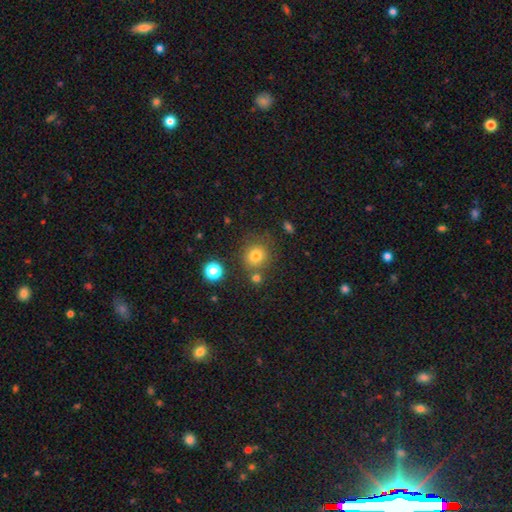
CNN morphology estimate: smooth_or_featured: smooth (p=0.78) [alt: star or artifact p=0.15]
how_rounded: round (p=0.85) [alt: in between p=0.14]
merging: none (p=0.73) [alt: minor disturbance p=0.11]